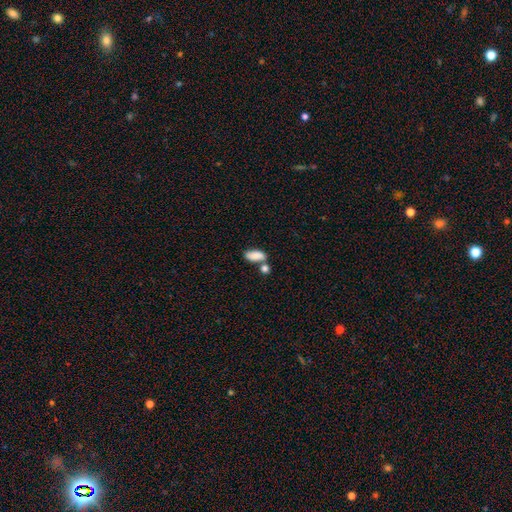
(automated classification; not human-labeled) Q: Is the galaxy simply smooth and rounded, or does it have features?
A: smooth — 84%.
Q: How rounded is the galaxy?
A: in between — 87%.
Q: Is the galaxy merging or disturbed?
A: none — 46%.